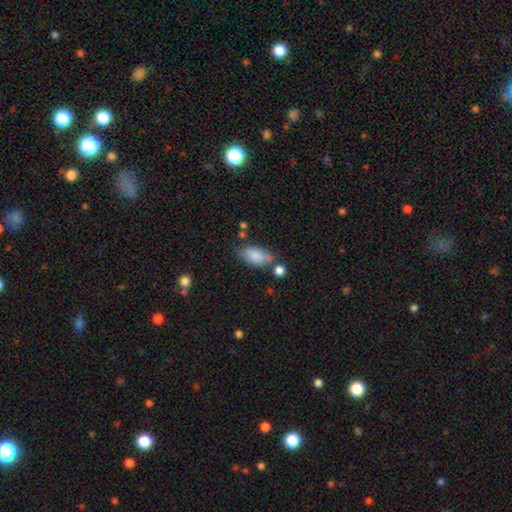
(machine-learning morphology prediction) Smooth or featured? Predicted: smooth (p=0.85). How rounded? Predicted: in between (p=0.91). Merging? Predicted: none (p=0.61).